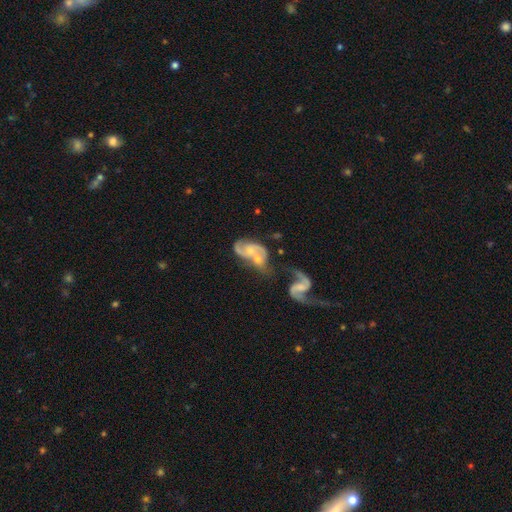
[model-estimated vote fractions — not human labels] Smooth or featured: featured or disk — 80% (smooth — 14%)
Edge-on disk: no — 97% (yes — 3%)
Bar: no — 61% (weak — 32%)
Spiral arms: yes — 89% (no — 11%)
Spiral winding: medium — 45% (loose — 42%)
Spiral arm count: 2 — 82% (1 — 7%)
Bulge size: small — 45% (moderate — 41%)
Merging: merger — 62% (none — 18%)